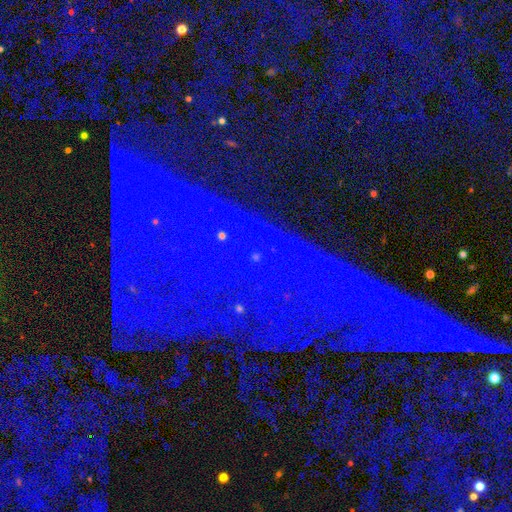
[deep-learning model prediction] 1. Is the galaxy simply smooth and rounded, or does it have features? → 87% star or artifact, 7% featured or disk, 6% smooth.